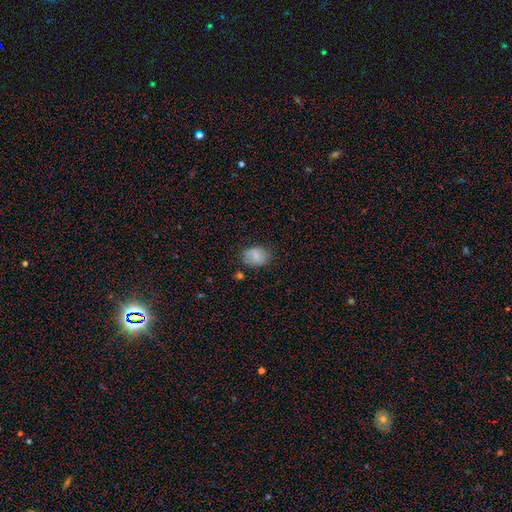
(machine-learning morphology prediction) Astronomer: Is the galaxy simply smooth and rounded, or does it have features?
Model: smooth — 79%.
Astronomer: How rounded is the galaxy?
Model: in between — 67%.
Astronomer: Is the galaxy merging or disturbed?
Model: none — 74%.